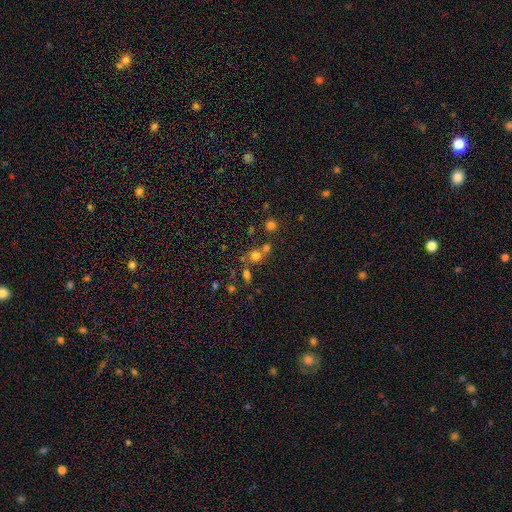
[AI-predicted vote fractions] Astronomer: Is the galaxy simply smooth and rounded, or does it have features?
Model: smooth — 67%.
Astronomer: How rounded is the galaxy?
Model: round — 75%.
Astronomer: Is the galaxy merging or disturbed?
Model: none — 52% (runner-up: merger, 34%).